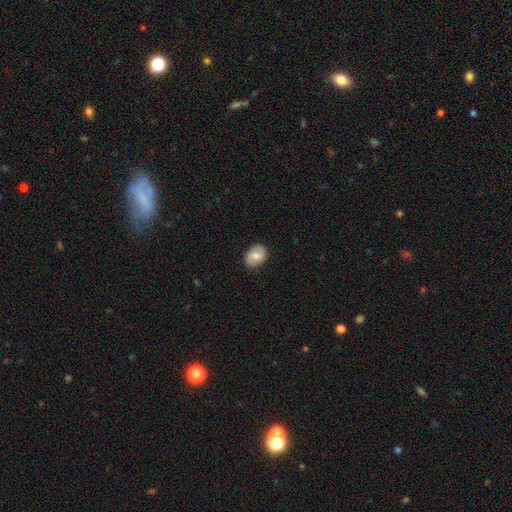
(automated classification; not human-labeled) This appears to be a smooth galaxy with no disk features (59%) that is in between round and cigar-shaped (69%). Merging: none (84%).